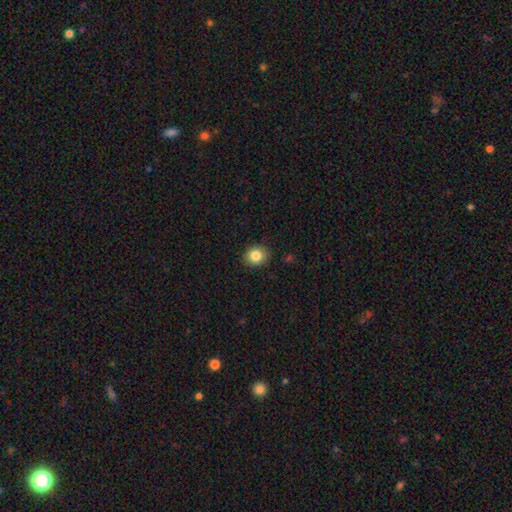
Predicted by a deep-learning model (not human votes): smooth_or_featured: smooth (p=0.84) [alt: star or artifact p=0.10]
how_rounded: round (p=0.66) [alt: in between p=0.34]
merging: none (p=0.88) [alt: minor disturbance p=0.09]